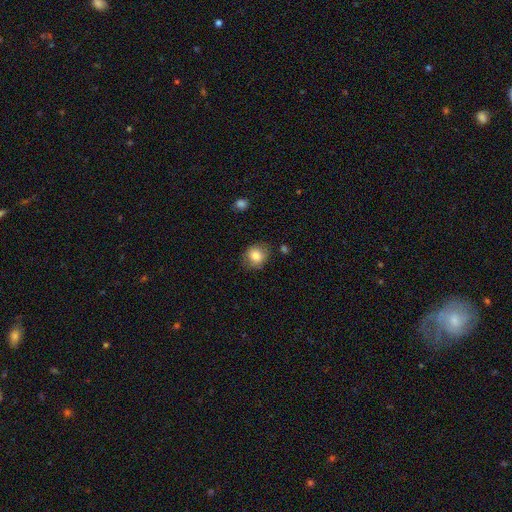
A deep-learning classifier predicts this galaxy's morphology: Smooth or featured? smooth (83%)
How rounded? round (75%)
Merging? none (78%)